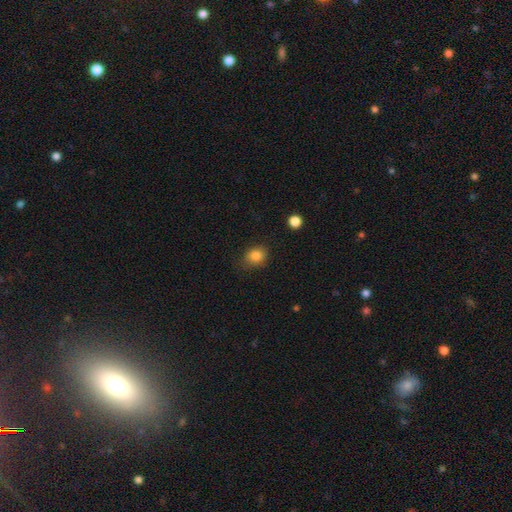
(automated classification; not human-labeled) smooth-or-featured: smooth: 83% | star or artifact: 11% | featured or disk: 6%
  how-rounded: round: 57% | in between: 42% | cigar-shaped: 1%
  merging: none: 77% | minor disturbance: 18% | major disturbance: 4% | merger: 1%